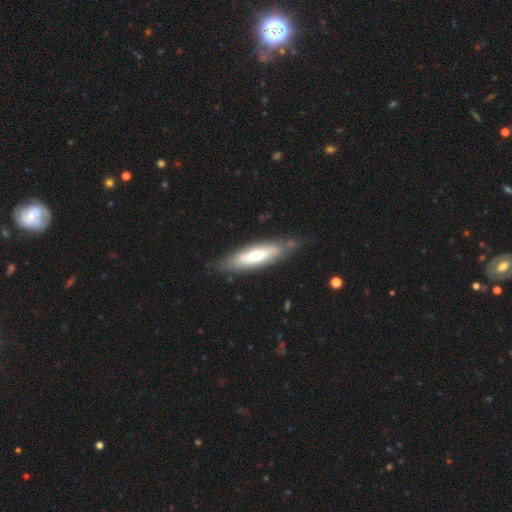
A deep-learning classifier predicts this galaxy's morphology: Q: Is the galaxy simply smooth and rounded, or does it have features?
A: smooth — 54%.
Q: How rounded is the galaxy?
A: cigar-shaped — 58%.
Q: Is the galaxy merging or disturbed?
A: none — 74%.